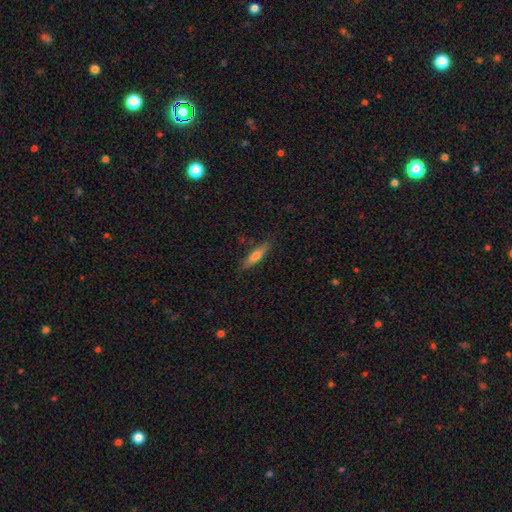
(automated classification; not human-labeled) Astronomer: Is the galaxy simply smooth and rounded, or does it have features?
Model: smooth — 63%.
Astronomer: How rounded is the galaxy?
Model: cigar-shaped — 73%.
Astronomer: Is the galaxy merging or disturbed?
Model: none — 85%.